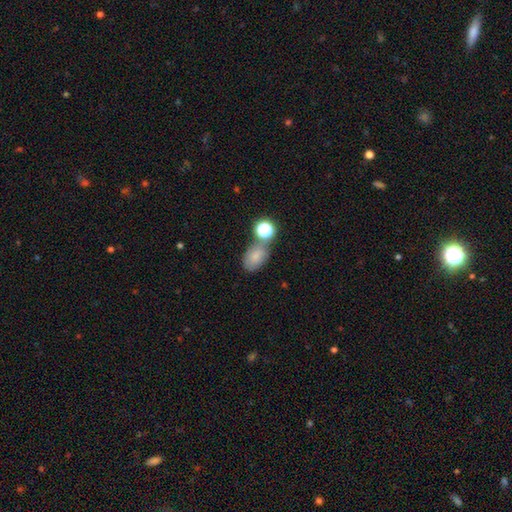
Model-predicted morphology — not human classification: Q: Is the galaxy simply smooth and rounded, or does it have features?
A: smooth — 74%.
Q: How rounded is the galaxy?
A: in between — 80%.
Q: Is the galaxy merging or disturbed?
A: none — 53%.